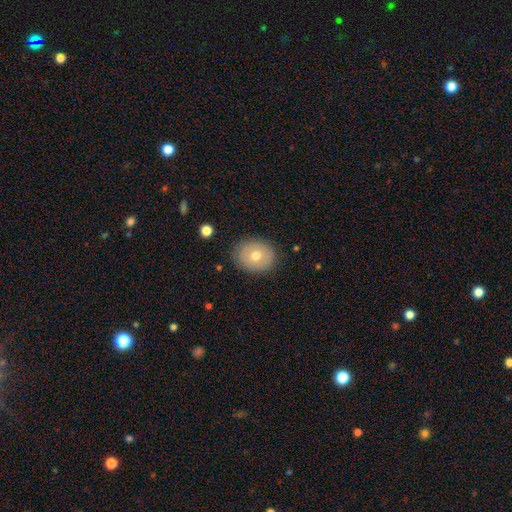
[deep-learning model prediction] The model was most divided on "how rounded": round: 59%, in between: 40%, cigar-shaped: 1%. More confident: merging — none (86%); smooth or featured — smooth (66%).